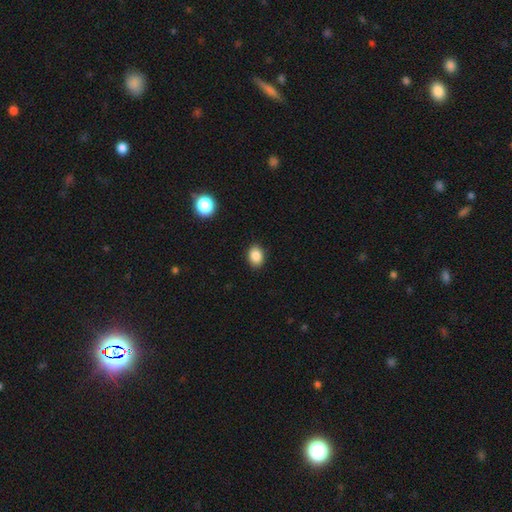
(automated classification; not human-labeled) Q: Smooth or featured?
A: smooth (87%); runner-up: star or artifact (9%)
Q: How rounded?
A: in between (70%); runner-up: round (29%)
Q: Merging?
A: none (90%); runner-up: minor disturbance (7%)